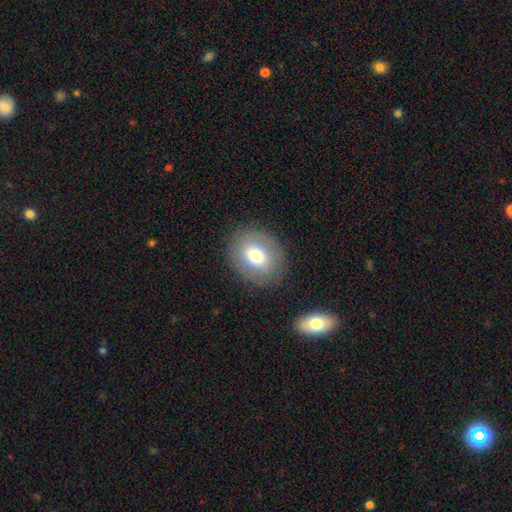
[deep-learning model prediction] Q: Smooth or featured?
A: smooth (69%); runner-up: featured or disk (21%)
Q: How rounded?
A: round (54%); runner-up: in between (45%)
Q: Merging?
A: none (86%); runner-up: minor disturbance (9%)